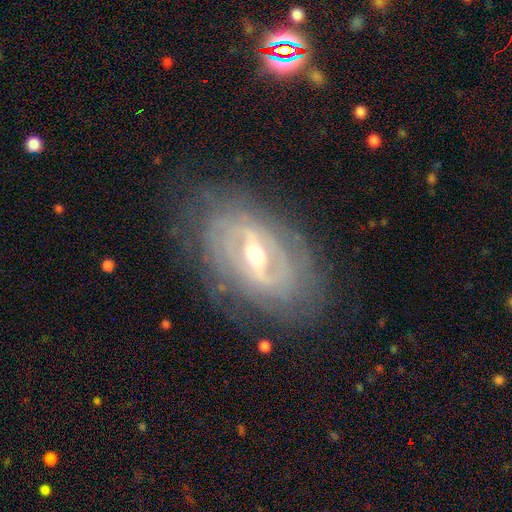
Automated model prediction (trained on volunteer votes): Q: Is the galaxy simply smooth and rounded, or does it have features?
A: featured or disk — 87%.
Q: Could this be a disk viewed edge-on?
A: no — 92%.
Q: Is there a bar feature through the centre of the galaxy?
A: strong — 56%.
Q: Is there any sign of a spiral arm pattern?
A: yes — 86%.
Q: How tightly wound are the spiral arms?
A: tight — 71%.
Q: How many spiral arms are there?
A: can't tell — 41%.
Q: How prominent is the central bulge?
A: moderate — 63%.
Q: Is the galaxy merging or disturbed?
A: none — 78%.